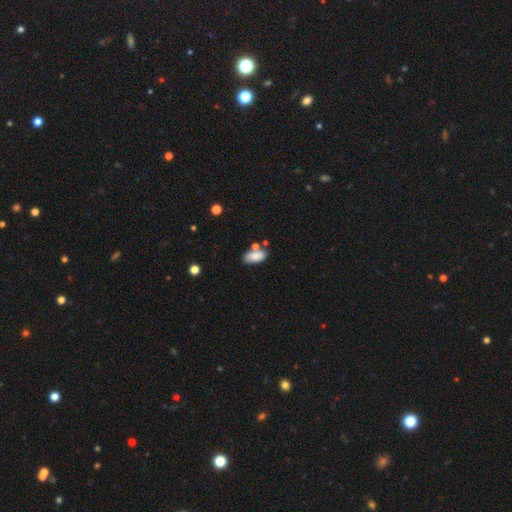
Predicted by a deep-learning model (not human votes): Smooth or featured? smooth (83%)
How rounded? in between (89%)
Merging? none (60%)